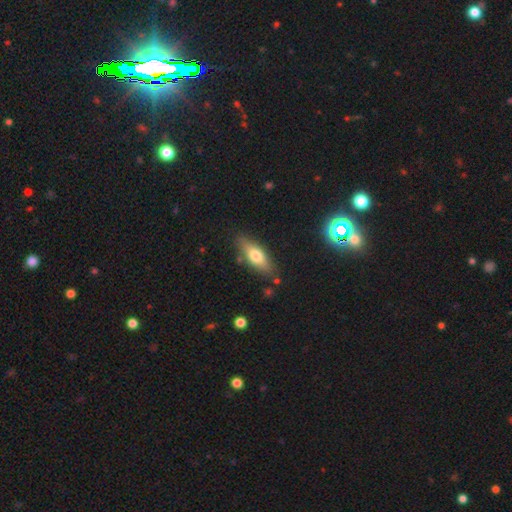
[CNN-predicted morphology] Overall: smooth (64%; featured or disk 29%). How rounded: in between (61%; cigar-shaped 36%). Merging: none (81%).